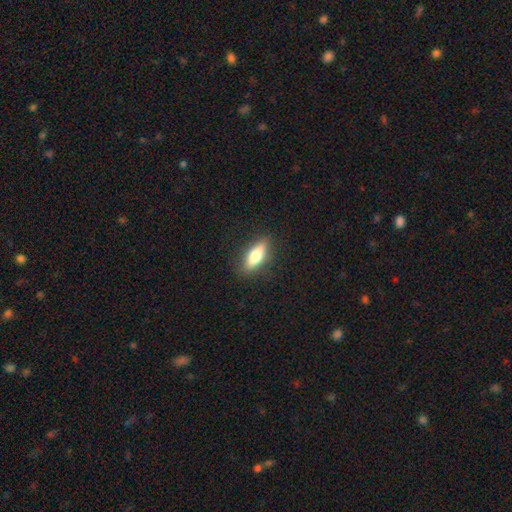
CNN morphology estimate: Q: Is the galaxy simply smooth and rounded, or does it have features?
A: smooth — 69%.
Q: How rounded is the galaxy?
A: in between — 58%.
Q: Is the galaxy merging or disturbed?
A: none — 86%.